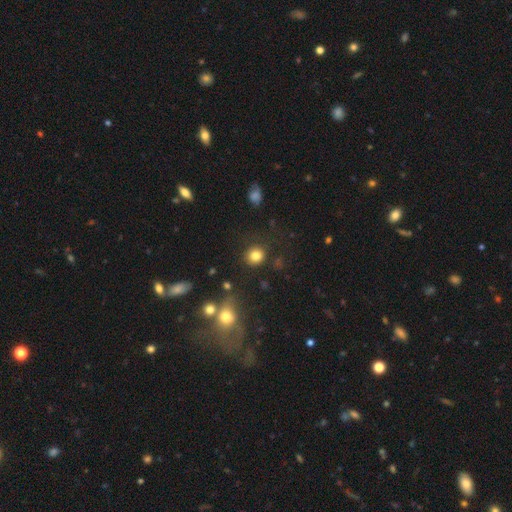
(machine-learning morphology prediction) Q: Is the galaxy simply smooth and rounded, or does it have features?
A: smooth — 82%.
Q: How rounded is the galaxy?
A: round — 87%.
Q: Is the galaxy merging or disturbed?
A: none — 84%.